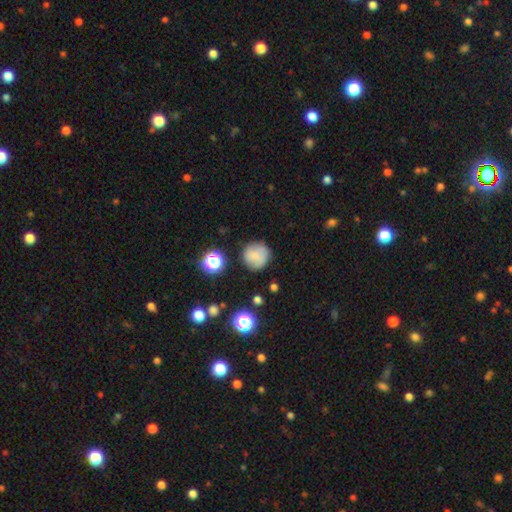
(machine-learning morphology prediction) This appears to be a smooth galaxy with no disk features (78%) that is round (93%). Merging: none (79%).